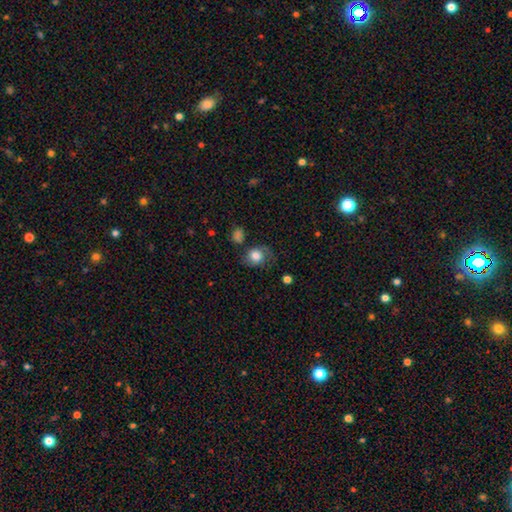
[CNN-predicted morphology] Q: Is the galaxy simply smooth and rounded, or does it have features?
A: smooth — 62%.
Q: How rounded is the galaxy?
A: round — 66%.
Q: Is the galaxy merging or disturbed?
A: none — 51%.